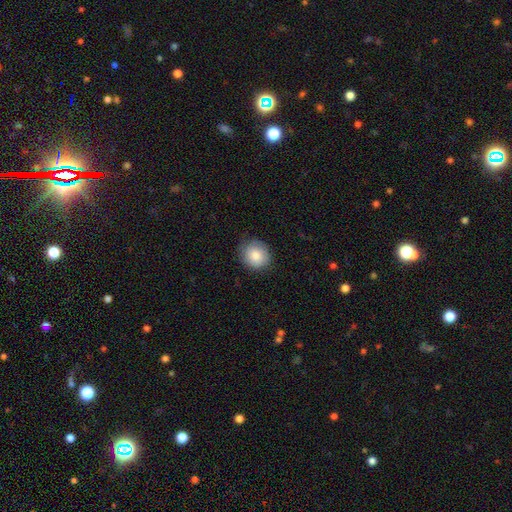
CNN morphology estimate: Smooth or featured? Predicted: smooth (p=0.83). How rounded? Predicted: round (p=0.84). Merging? Predicted: none (p=0.78).